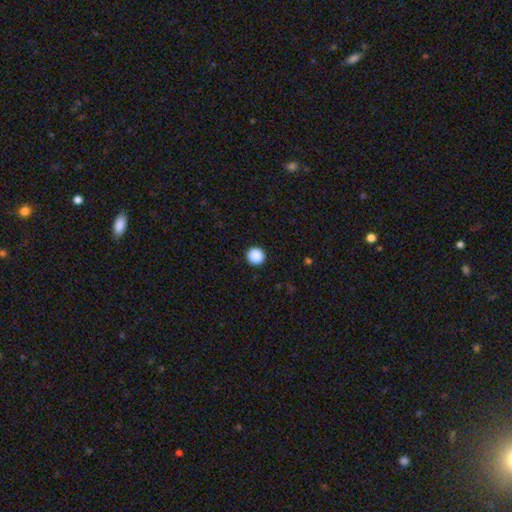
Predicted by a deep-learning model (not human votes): Morphology: type=smooth (89%); roundness=round (95%); merging=none (93%).